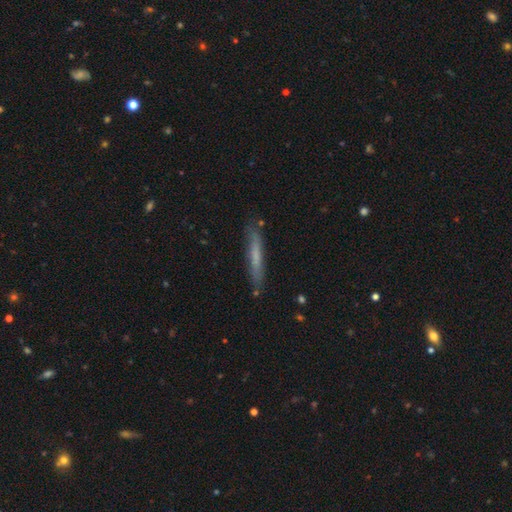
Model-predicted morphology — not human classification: Smooth or featured? Predicted: smooth (p=0.59). How rounded? Predicted: cigar-shaped (p=0.95). Merging? Predicted: none (p=0.82).